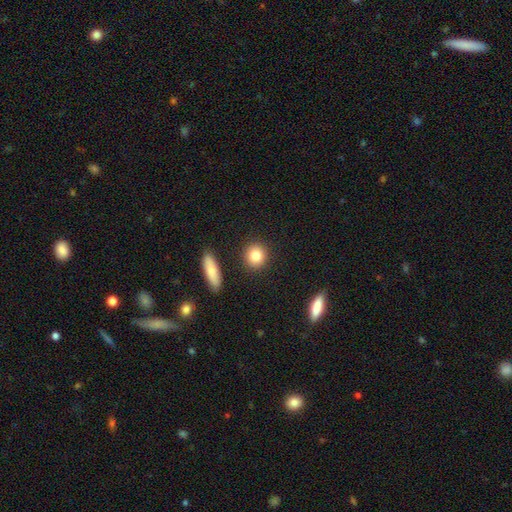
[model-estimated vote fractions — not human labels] smooth 84%, star or artifact 8%, featured or disk 8%. Down the decision tree: how rounded — round (84%); merging — none (88%).